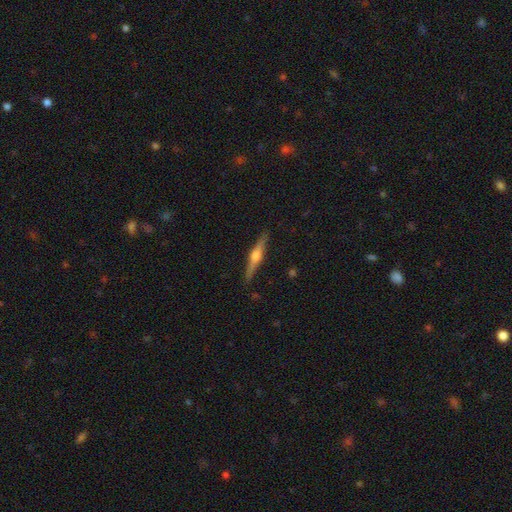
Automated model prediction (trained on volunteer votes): Smooth or featured?
  - featured or disk: 73% *
  - smooth: 21%
  - star or artifact: 6%
Edge-on disk?
  - yes: 98% *
  - no: 2%
Edge-on bulge?
  - rounded: 92% *
  - boxy: 6%
  - none: 3%
Merging?
  - none: 90% *
  - minor disturbance: 7%
  - major disturbance: 2%
  - merger: 1%